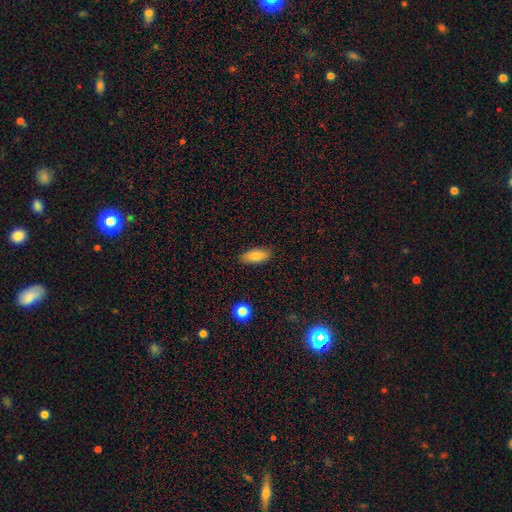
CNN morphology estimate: Smooth or featured? smooth (79%)
How rounded? in between (81%)
Merging? none (88%)